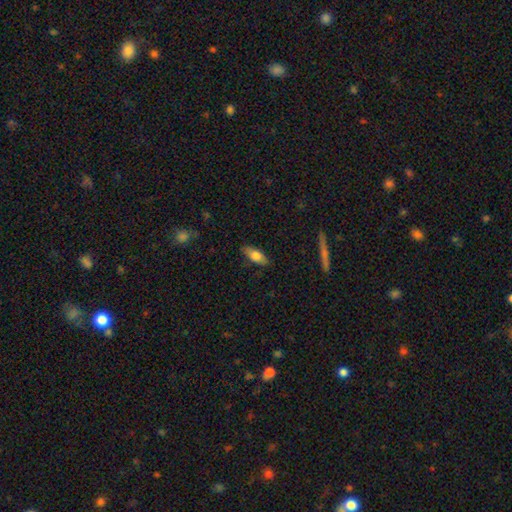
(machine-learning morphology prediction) Smooth or featured? smooth (70%)
How rounded? in between (72%)
Merging? none (83%)